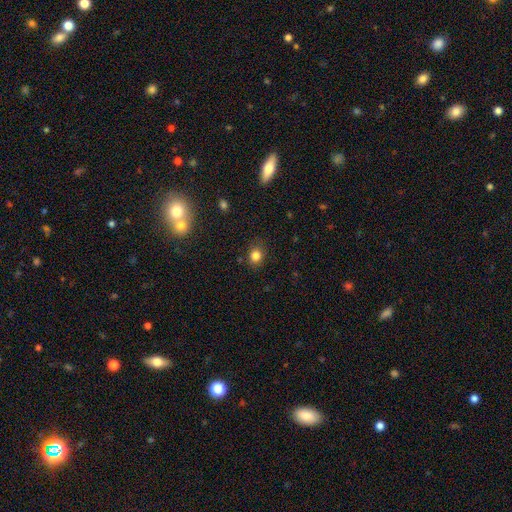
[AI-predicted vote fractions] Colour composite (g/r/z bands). It shows a smooth galaxy with no disk features (82%) that is round (70%). Merging: none (83%).